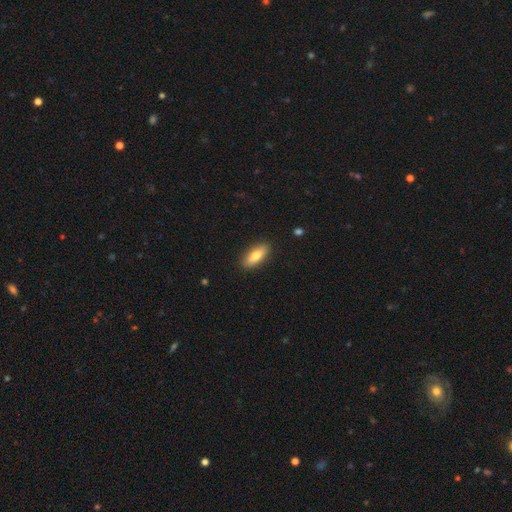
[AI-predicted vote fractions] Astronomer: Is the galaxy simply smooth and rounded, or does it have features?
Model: smooth — 73%.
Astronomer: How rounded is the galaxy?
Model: in between — 68%.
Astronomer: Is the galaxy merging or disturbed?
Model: none — 89%.